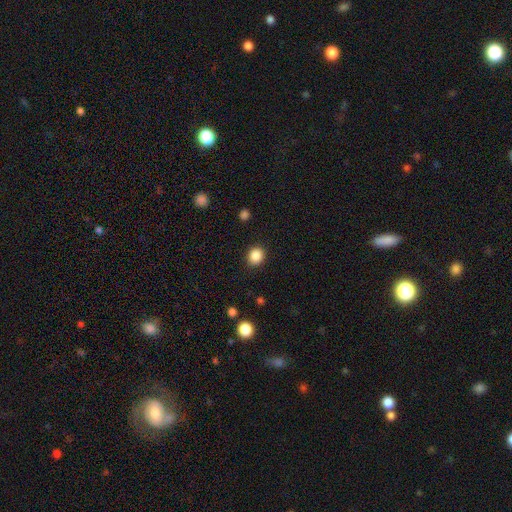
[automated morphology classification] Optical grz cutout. It shows a smooth galaxy with no disk features (87%) that is round (73%). Merging: none (90%).